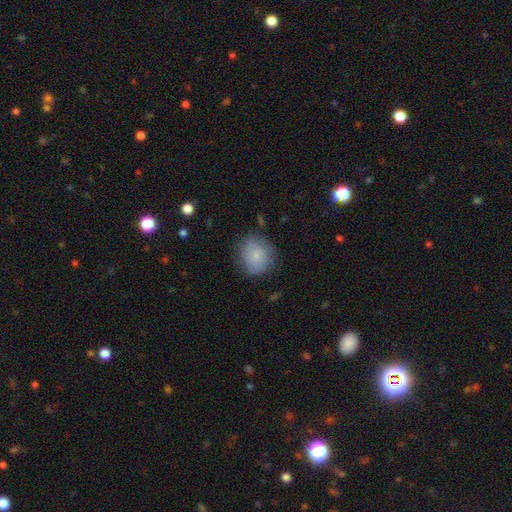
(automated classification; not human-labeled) This appears to be a smooth galaxy with no disk features (78%) that is round (78%). Merging: none (74%).